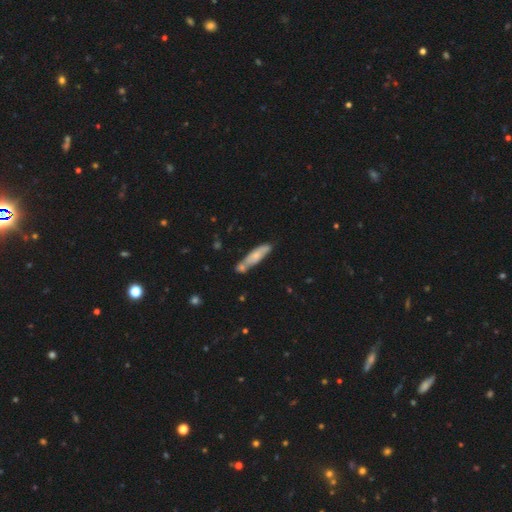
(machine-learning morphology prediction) Smooth or featured? smooth (62%)
How rounded? cigar-shaped (72%)
Merging? none (48%)